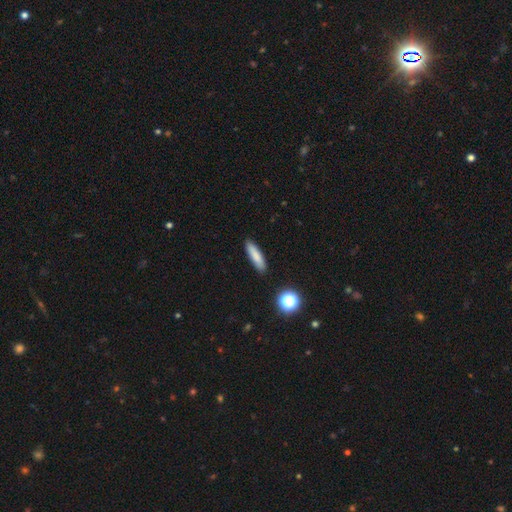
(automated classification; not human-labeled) Smooth or featured: smooth — 82% (featured or disk — 9%)
How rounded: cigar-shaped — 74% (in between — 23%)
Merging: none — 89% (minor disturbance — 7%)